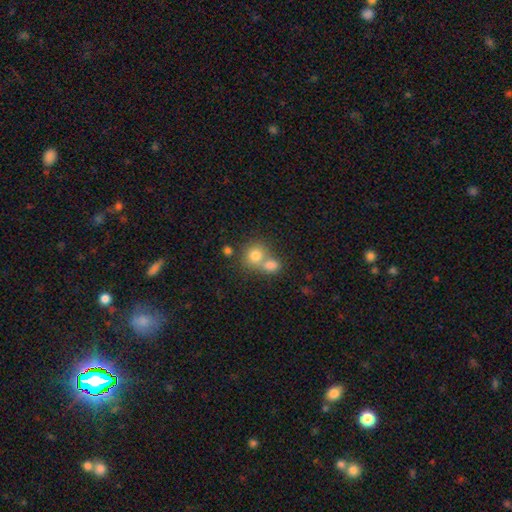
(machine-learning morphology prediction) Q: Smooth or featured?
A: smooth (77%); runner-up: featured or disk (12%)
Q: How rounded?
A: round (78%); runner-up: in between (21%)
Q: Merging?
A: merger (51%); runner-up: none (38%)